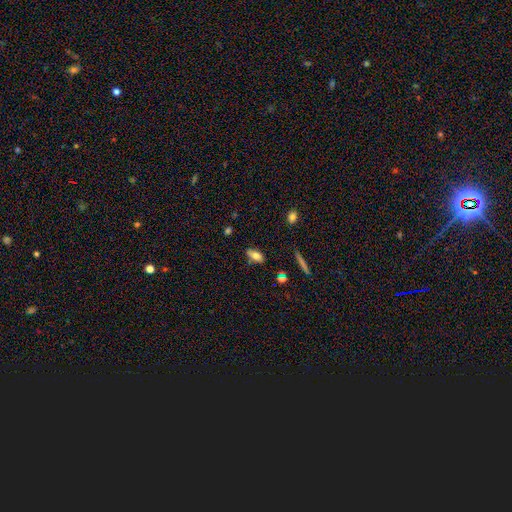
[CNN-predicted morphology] Smooth or featured: smooth — 74% (featured or disk — 17%)
How rounded: in between — 80% (cigar-shaped — 17%)
Merging: none — 75% (minor disturbance — 18%)